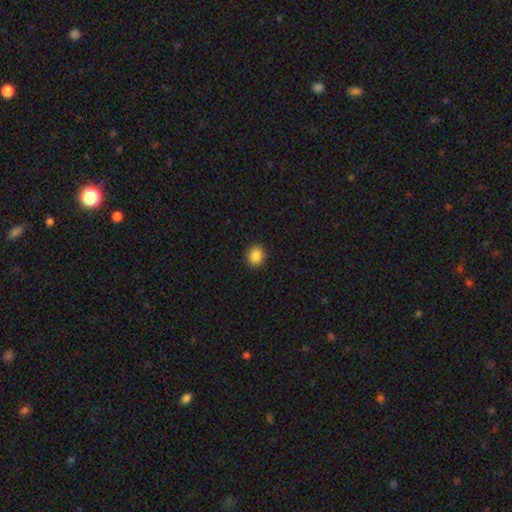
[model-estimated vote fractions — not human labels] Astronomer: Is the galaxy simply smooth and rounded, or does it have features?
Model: smooth — 86%.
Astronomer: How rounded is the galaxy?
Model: round — 81%.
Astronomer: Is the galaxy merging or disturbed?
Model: none — 92%.